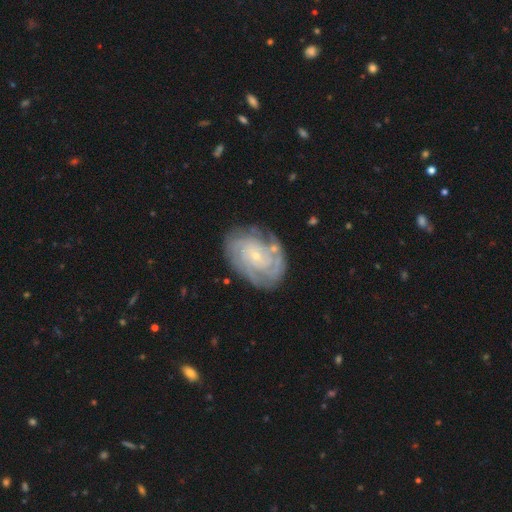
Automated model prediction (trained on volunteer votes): smooth-or-featured: featured or disk: 83% | smooth: 12% | star or artifact: 6%
  disk-edge-on: no: 97% | yes: 3%
    bar: no: 76% | weak: 19% | strong: 4%
    has-spiral-arms: yes: 93% | no: 7%
      spiral-winding: tight: 73% | medium: 21% | loose: 5%
      spiral-arm-count: can't tell: 36% | 2: 22% | 3: 18% | 4: 13% | more than 4: 6% | 1: 6%
    bulge-size: small: 83% | moderate: 13% | none: 2% | large: 1% | dominant: 1%
  merging: none: 73% | minor disturbance: 18% | major disturbance: 6% | merger: 3%